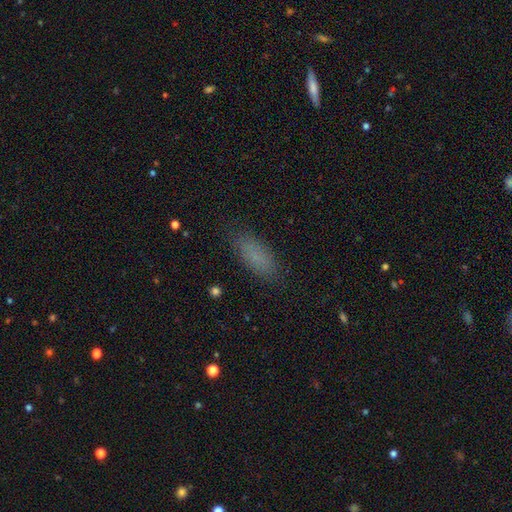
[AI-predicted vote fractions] smooth 80%, star or artifact 11%, featured or disk 8%. Down the decision tree: how rounded — in between (74%); merging — none (83%).